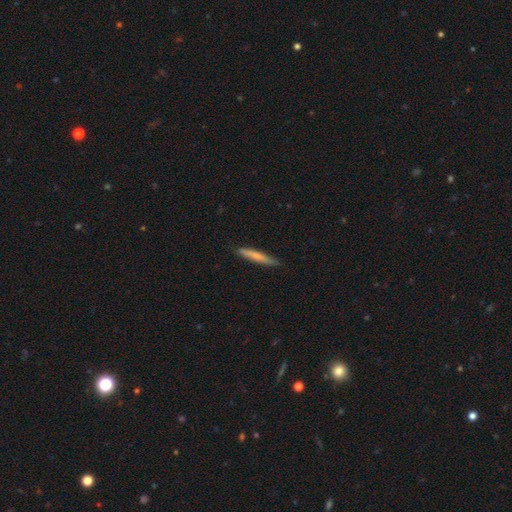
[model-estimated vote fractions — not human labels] smooth_or_featured: smooth (p=0.68) [alt: featured or disk p=0.26]
how_rounded: cigar-shaped (p=0.95) [alt: in between p=0.04]
merging: none (p=0.88) [alt: minor disturbance p=0.09]